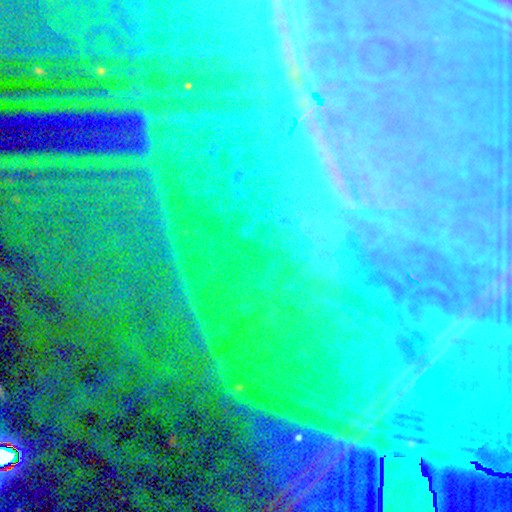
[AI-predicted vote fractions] This appears to be a star or artifact, not a galaxy (86%).